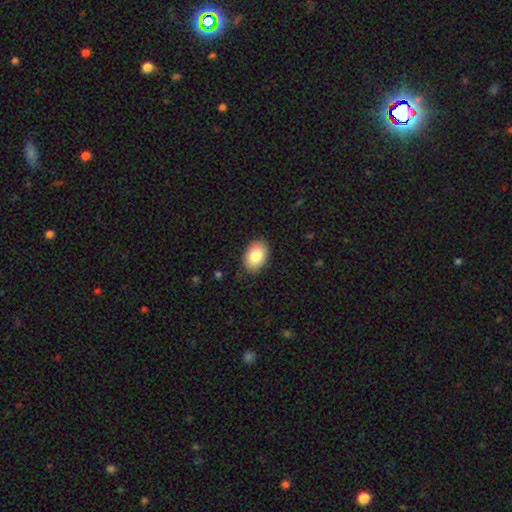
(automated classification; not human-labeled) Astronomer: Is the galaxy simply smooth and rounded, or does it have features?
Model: smooth — 84%.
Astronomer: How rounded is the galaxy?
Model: in between — 84%.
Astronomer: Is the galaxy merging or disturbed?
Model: none — 86%.